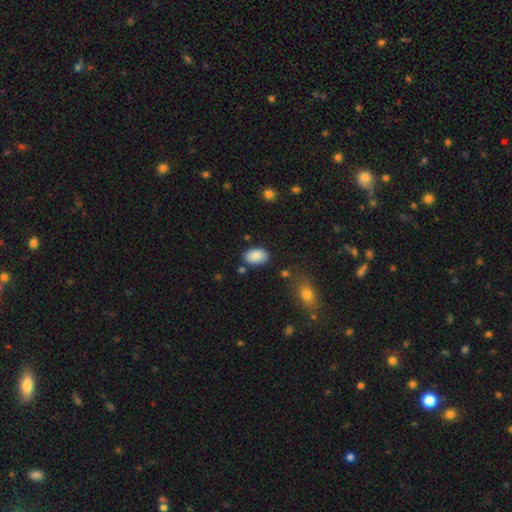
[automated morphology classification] smooth_or_featured: smooth (p=0.88) [alt: star or artifact p=0.07]
how_rounded: in between (p=0.92) [alt: round p=0.06]
merging: none (p=0.81) [alt: minor disturbance p=0.12]